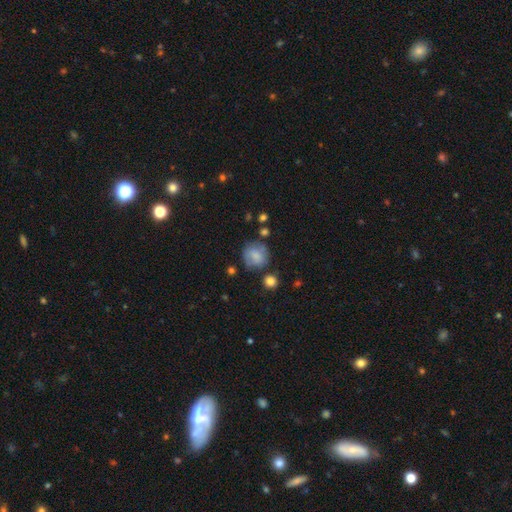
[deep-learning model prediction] The model was most divided on "merging": none: 63%, minor disturbance: 21%, major disturbance: 9%, merger: 6%. More confident: how rounded — round (82%); smooth or featured — smooth (68%).